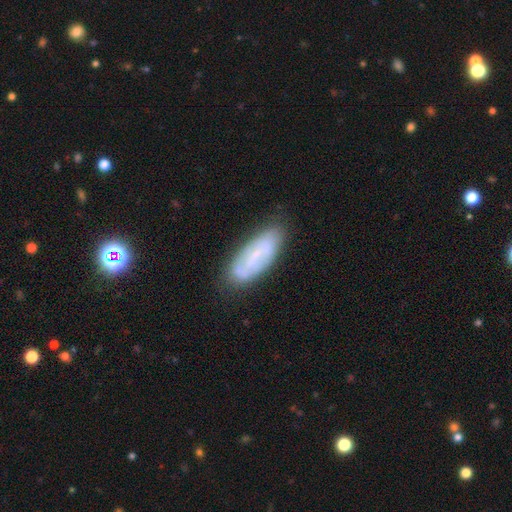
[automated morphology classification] type=featured or disk (56%); edge-on=no (89%); merging=none (75%).